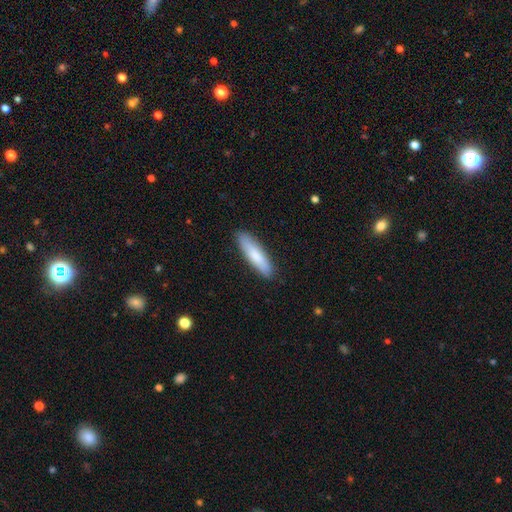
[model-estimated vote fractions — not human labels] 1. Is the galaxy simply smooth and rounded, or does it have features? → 81% smooth, 14% featured or disk, 5% star or artifact.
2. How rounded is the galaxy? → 75% cigar-shaped, 24% in between, 1% round.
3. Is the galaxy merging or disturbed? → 89% none, 8% minor disturbance, 2% major disturbance, 1% merger.